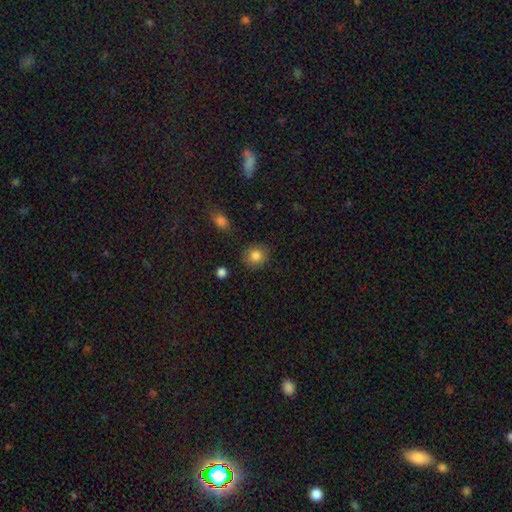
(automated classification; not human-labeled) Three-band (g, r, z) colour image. It shows a smooth galaxy with no disk features (85%) that is round (83%). Merging: none (87%).